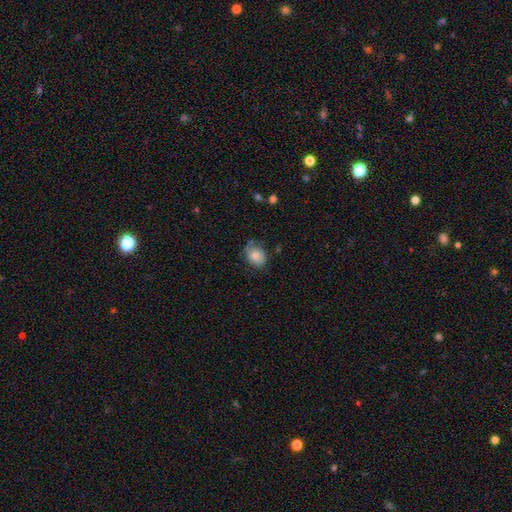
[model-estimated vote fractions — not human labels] Smooth or featured: smooth — 72% (featured or disk — 20%)
How rounded: in between — 61% (round — 38%)
Merging: none — 53% (minor disturbance — 31%)